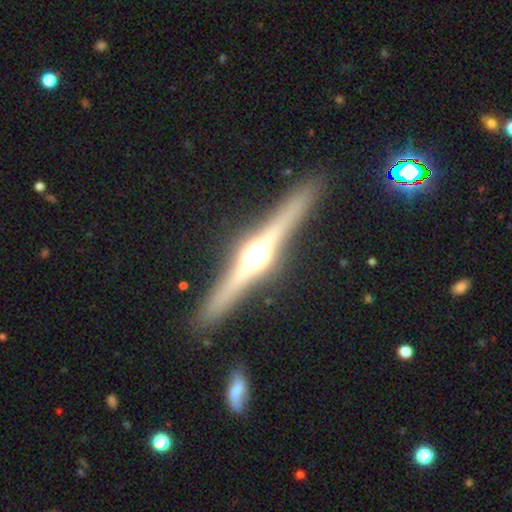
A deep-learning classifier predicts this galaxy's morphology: This appears to be a featured or disk galaxy (80%) viewed edge-on (98%) with a rounded central bulge (94%). Merging: none (90%).